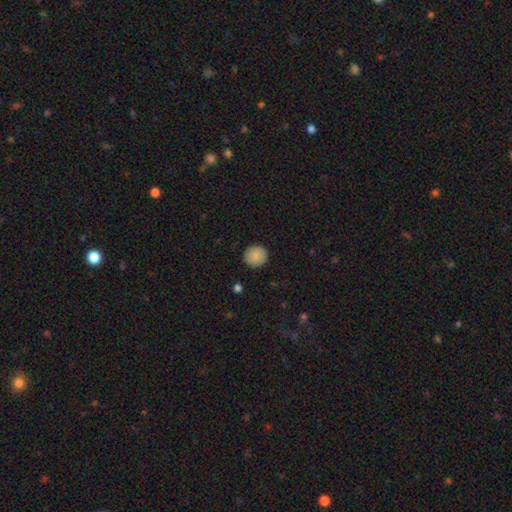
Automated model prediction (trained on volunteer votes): Smooth or featured? smooth (88%)
How rounded? round (92%)
Merging? none (91%)